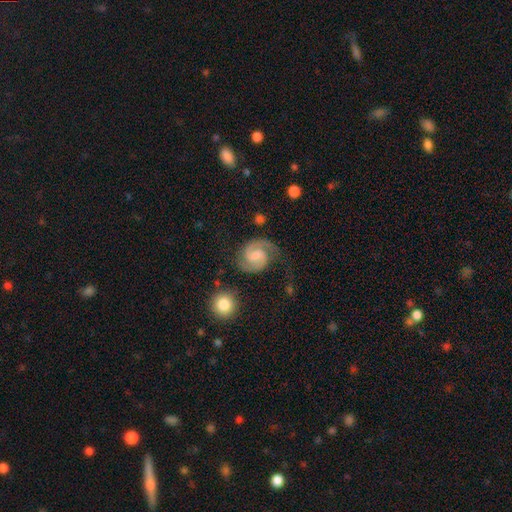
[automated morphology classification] Q: Smooth or featured?
A: featured or disk (88%); runner-up: smooth (7%)
Q: Edge-on disk?
A: no (98%); runner-up: yes (2%)
Q: Bar?
A: weak (54%); runner-up: no (29%)
Q: Spiral arms?
A: yes (98%); runner-up: no (2%)
Q: Spiral winding?
A: medium (56%); runner-up: tight (32%)
Q: Spiral arm count?
A: 2 (93%); runner-up: can't tell (2%)
Q: Bulge size?
A: moderate (32%); tied with: small (32%)
Q: Merging?
A: none (76%); runner-up: minor disturbance (15%)